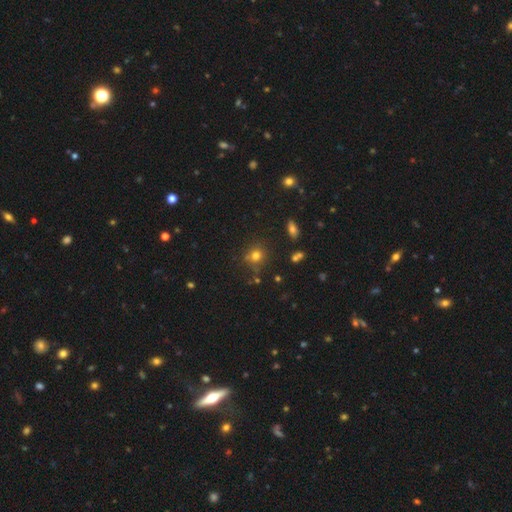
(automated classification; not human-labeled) A smooth galaxy with no disk features (73%) that is round (86%). Merging: none (75%).